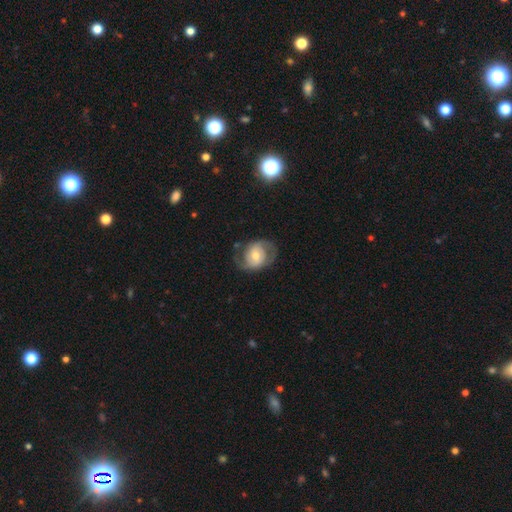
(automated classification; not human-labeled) featured or disk 69%, smooth 25%, star or artifact 6%. Down the decision tree: edge-on disk — no (97%); bar — no (57%); spiral arms — yes (82%); spiral arm count — 2 (83%); spiral winding — medium (47%); bulge size — moderate (56%); merging — none (66%).